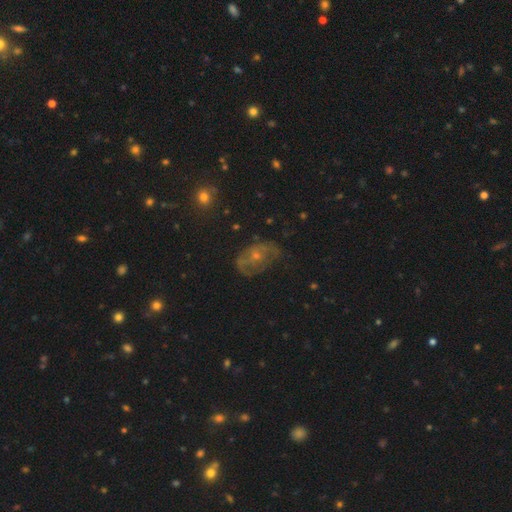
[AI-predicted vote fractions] smooth_or_featured: featured or disk (p=0.59) [alt: smooth p=0.27]
disk_edge_on: no (p=0.95) [alt: yes p=0.05]
bar: no (p=0.76) [alt: weak p=0.20]
has_spiral_arms: yes (p=0.62) [alt: no p=0.38]
bulge_size: small (p=0.65) [alt: moderate p=0.29]
merging: none (p=0.50) [alt: minor disturbance p=0.27]